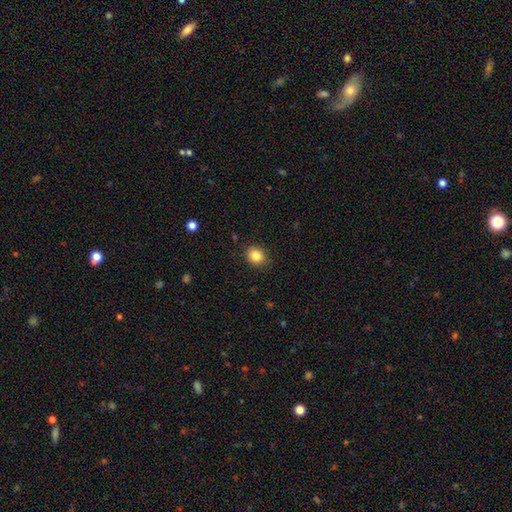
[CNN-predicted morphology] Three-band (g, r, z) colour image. It shows a smooth galaxy with no disk features (85%) that is round (73%). Merging: none (89%).